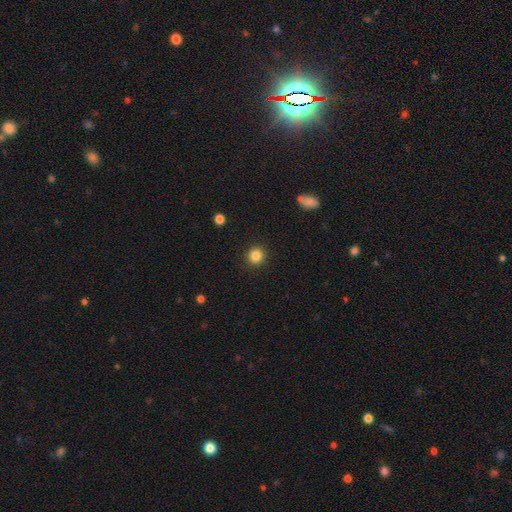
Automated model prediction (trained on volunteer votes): Morphology: type=smooth (85%); roundness=round (94%); merging=none (92%).